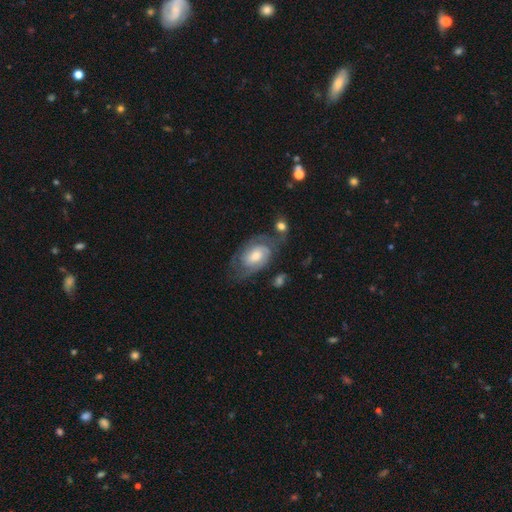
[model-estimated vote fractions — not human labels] Overall: featured or disk (78%). Edge-on disk: no (96%). Bar: no (57%; weak 36%). Spiral arms: yes (91%). Spiral arm count: 2 (65%). Spiral winding: tight (50%; medium 38%). Bulge size: moderate (57%; small 23%). Merging: none (62%).